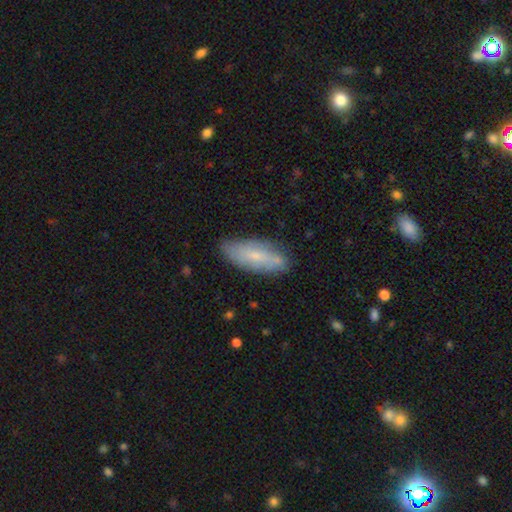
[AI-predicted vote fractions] This appears to be a smooth galaxy with no disk features (57%) that is in between round and cigar-shaped (66%). Merging: none (78%).